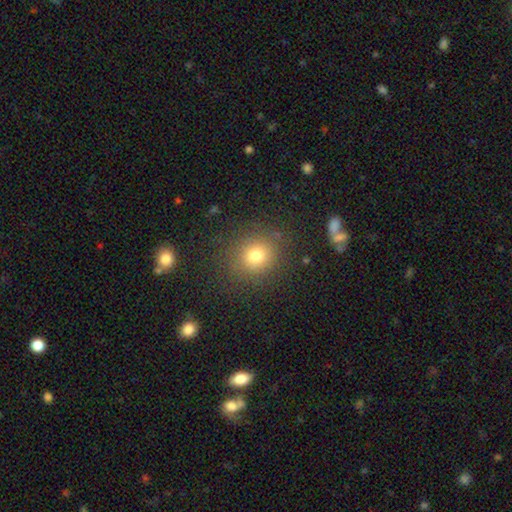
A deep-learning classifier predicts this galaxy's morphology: Smooth or featured? smooth (77%)
How rounded? round (82%)
Merging? none (85%)